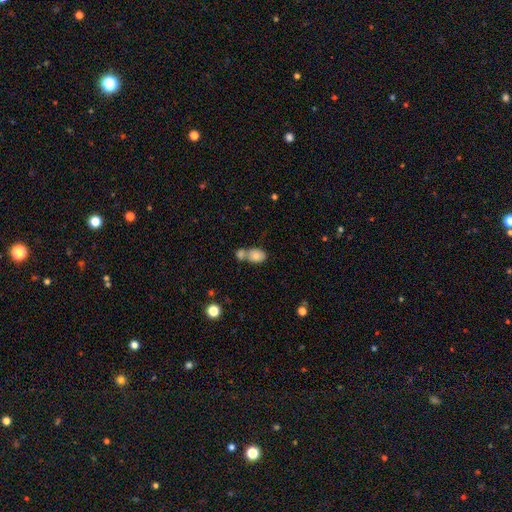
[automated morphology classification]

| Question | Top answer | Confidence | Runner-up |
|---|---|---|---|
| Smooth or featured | smooth | 80% | featured or disk (11%) |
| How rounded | in between | 69% | round (30%) |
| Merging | merger | 50% | none (37%) |